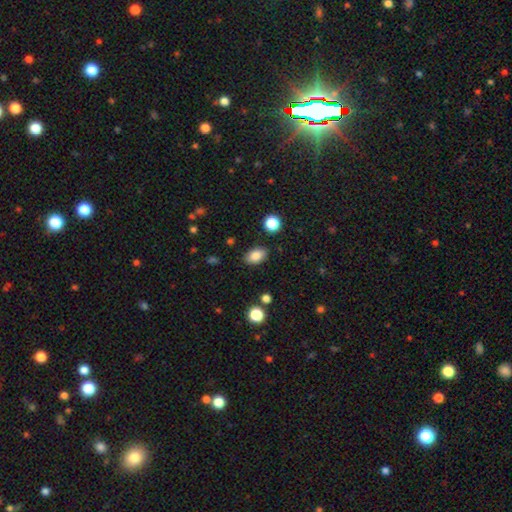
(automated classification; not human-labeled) Smooth or featured: smooth — 84% (star or artifact — 9%)
How rounded: in between — 88% (round — 10%)
Merging: none — 86% (minor disturbance — 10%)